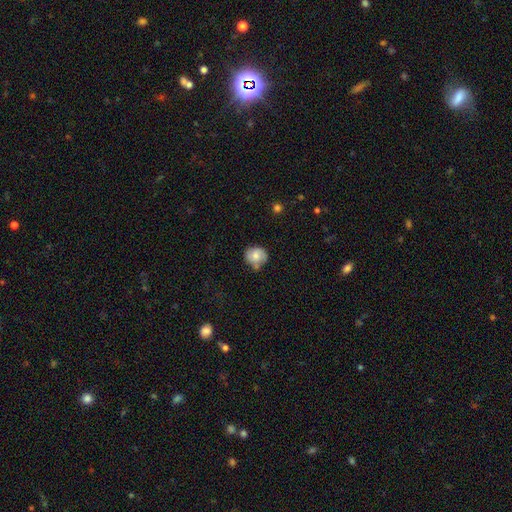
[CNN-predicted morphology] smooth 65%, featured or disk 27%, star or artifact 8%. Down the decision tree: how rounded — round (76%); merging — none (60%).